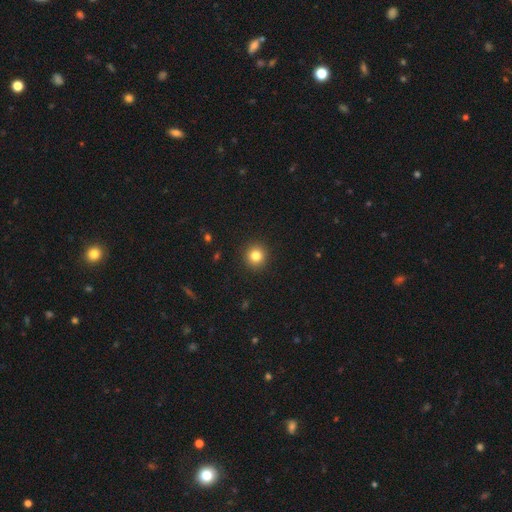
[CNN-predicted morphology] Smooth or featured? smooth (82%)
How rounded? round (93%)
Merging? none (93%)